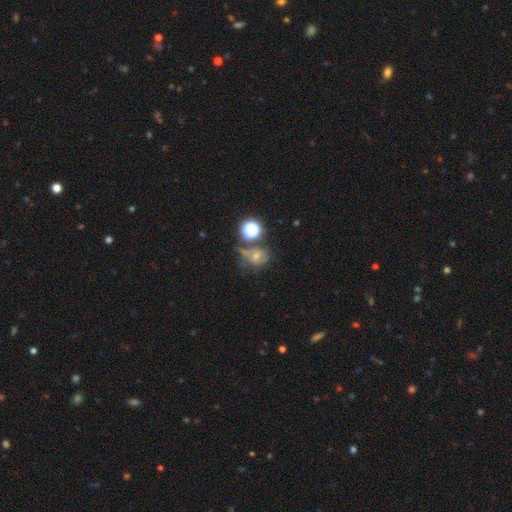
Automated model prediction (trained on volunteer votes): smooth-or-featured: star or artifact: 46% | smooth: 32% | featured or disk: 22%